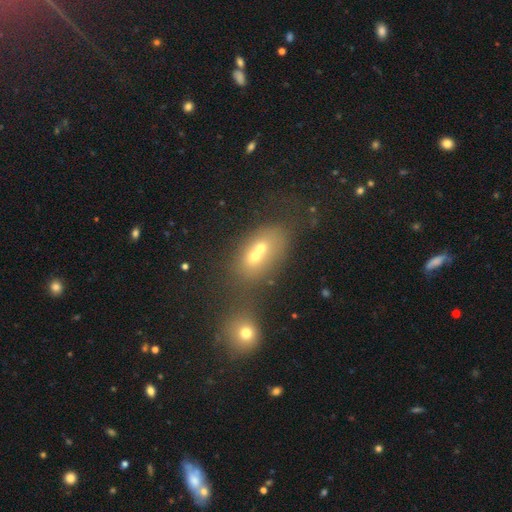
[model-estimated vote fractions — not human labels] Smooth or featured?
  - smooth: 53% *
  - featured or disk: 24%
  - star or artifact: 23%
How rounded?
  - in between: 72% *
  - round: 23%
  - cigar-shaped: 5%
Merging?
  - merger: 56% *
  - none: 28%
  - minor disturbance: 9%
  - major disturbance: 6%